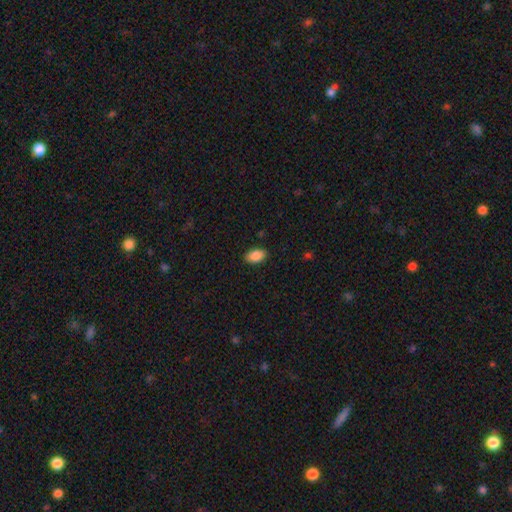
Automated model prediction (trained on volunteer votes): The model was most divided on "merging": none: 89%, minor disturbance: 8%, major disturbance: 2%, merger: 1%. More confident: how rounded — in between (92%); smooth or featured — smooth (88%).